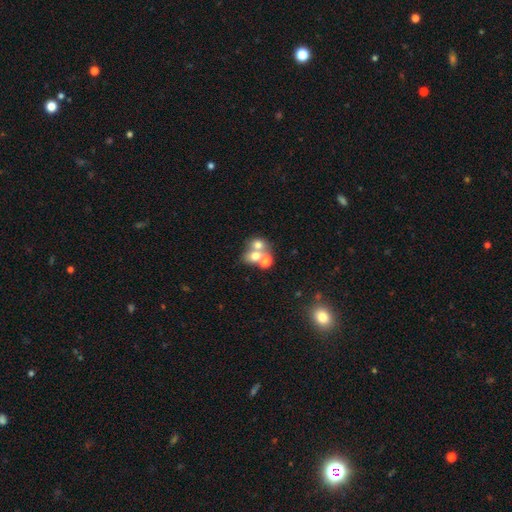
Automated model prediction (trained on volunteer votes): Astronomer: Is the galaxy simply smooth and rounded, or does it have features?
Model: smooth — 61%.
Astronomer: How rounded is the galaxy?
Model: round — 62%.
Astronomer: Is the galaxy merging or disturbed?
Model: merger — 60%.